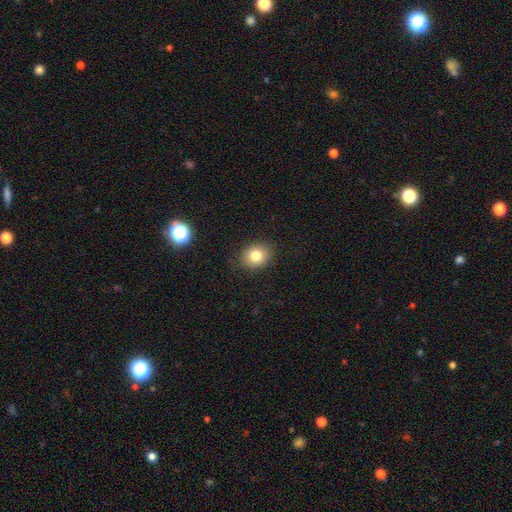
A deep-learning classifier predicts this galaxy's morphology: Smooth or featured? smooth (80%)
How rounded? round (58%)
Merging? none (86%)